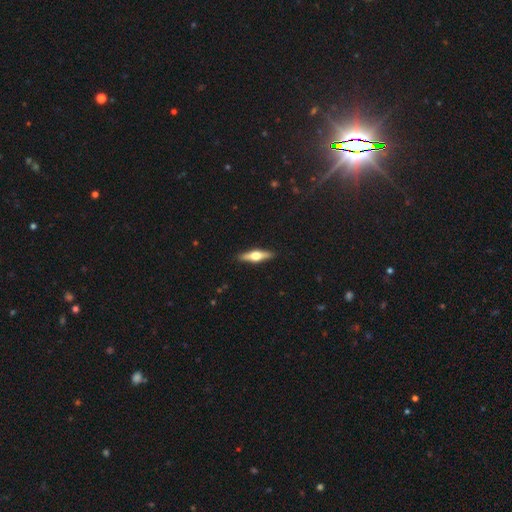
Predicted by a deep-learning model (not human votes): smooth_or_featured: featured or disk (p=0.63) [alt: smooth p=0.31]
disk_edge_on: yes (p=0.96) [alt: no p=0.04]
edge_on_bulge: rounded (p=0.95) [alt: boxy p=0.03]
merging: none (p=0.91) [alt: minor disturbance p=0.07]